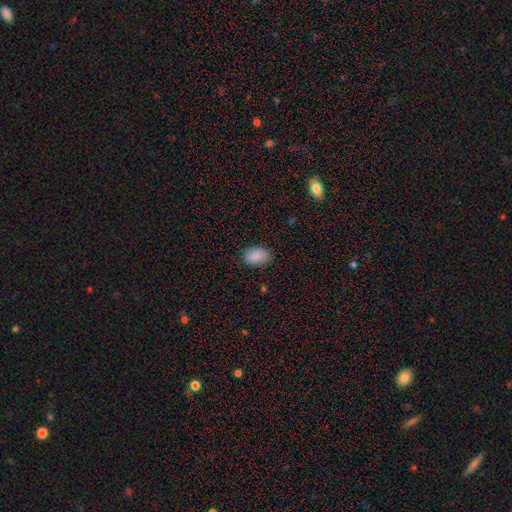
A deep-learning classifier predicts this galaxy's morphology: Smooth or featured? Predicted: smooth (p=0.89). How rounded? Predicted: in between (p=0.84). Merging? Predicted: none (p=0.84).